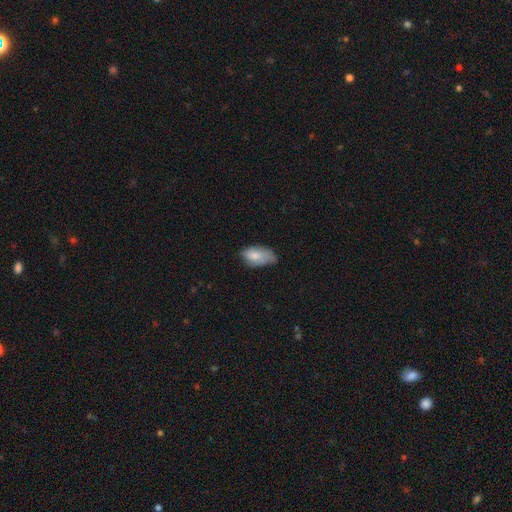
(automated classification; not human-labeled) smooth 78%, featured or disk 15%, star or artifact 7%. Down the decision tree: how rounded — in between (93%); merging — minor disturbance (43%).